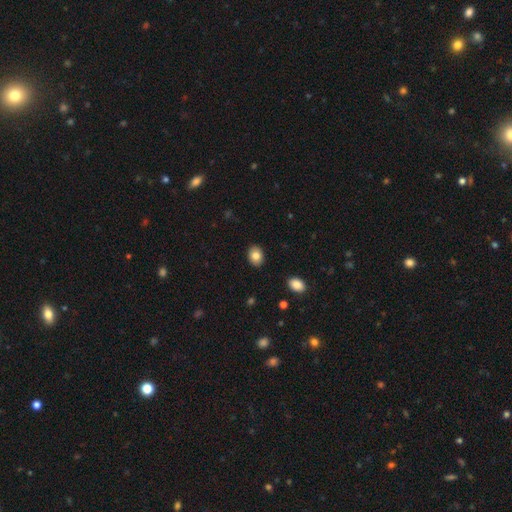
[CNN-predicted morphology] type=smooth (82%); roundness=in between (58%); merging=none (90%).